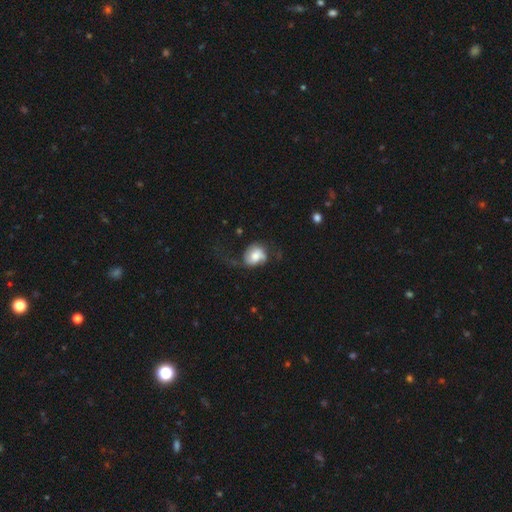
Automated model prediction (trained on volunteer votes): smooth-or-featured: featured or disk: 47% | smooth: 45% | star or artifact: 8%
  merging: none: 40% | major disturbance: 30% | minor disturbance: 27% | merger: 3%